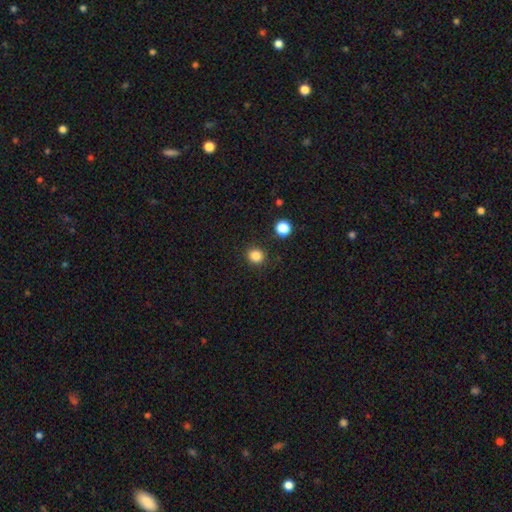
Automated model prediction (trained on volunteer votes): Smooth or featured?
  - smooth: 85% *
  - star or artifact: 12%
  - featured or disk: 4%
How rounded?
  - round: 87% *
  - in between: 12%
  - cigar-shaped: 1%
Merging?
  - none: 90% *
  - minor disturbance: 6%
  - major disturbance: 2%
  - merger: 2%